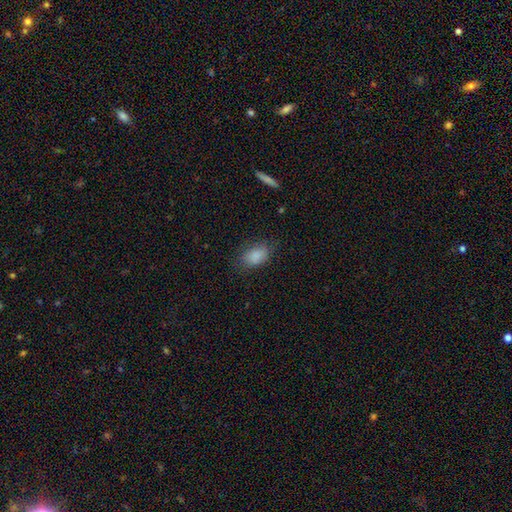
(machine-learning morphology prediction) Smooth or featured?
  - smooth: 86% *
  - star or artifact: 8%
  - featured or disk: 6%
How rounded?
  - in between: 85% *
  - round: 13%
  - cigar-shaped: 2%
Merging?
  - none: 72% *
  - minor disturbance: 20%
  - major disturbance: 7%
  - merger: 1%